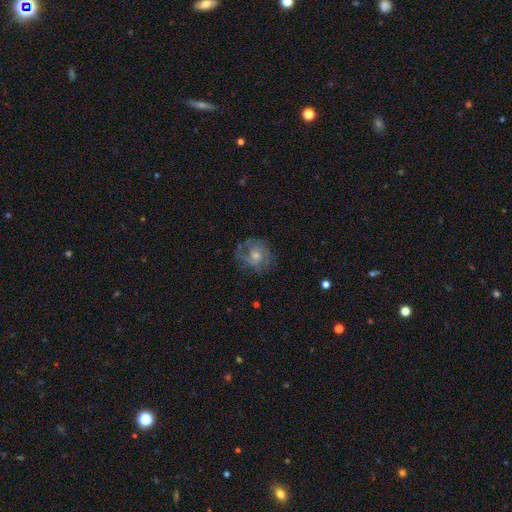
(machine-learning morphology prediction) Smooth or featured? Predicted: featured or disk (p=0.61). Edge-on disk? Predicted: no (p=0.97). Bar? Predicted: no (p=0.76). Spiral arms? Predicted: yes (p=0.77). Bulge size? Predicted: moderate (p=0.54). Merging? Predicted: none (p=0.73).